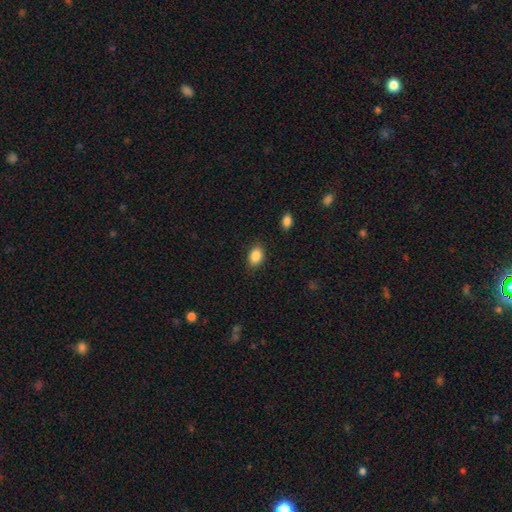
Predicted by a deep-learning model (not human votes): Smooth or featured: smooth — 86% (star or artifact — 9%)
How rounded: in between — 75% (round — 24%)
Merging: none — 85% (minor disturbance — 11%)